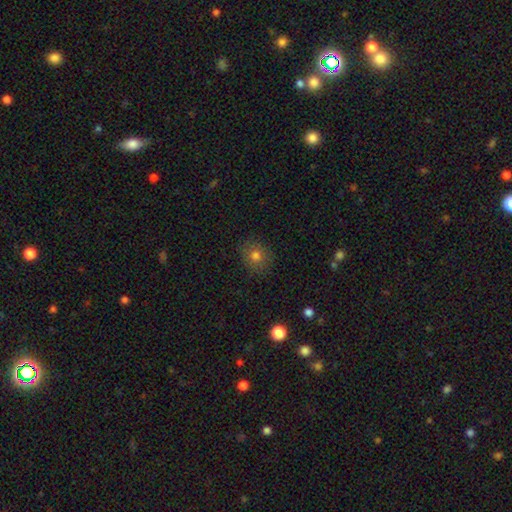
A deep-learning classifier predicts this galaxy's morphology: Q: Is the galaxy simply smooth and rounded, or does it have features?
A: smooth — 77%.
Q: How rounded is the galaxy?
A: round — 79%.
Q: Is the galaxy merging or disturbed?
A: none — 86%.